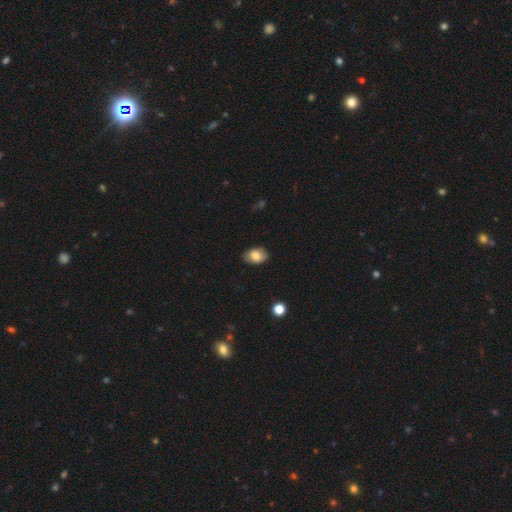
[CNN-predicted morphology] smooth-or-featured: smooth: 82% | featured or disk: 11% | star or artifact: 8%
  how-rounded: in between: 84% | round: 15% | cigar-shaped: 1%
  merging: none: 83% | minor disturbance: 14% | major disturbance: 2% | merger: 1%